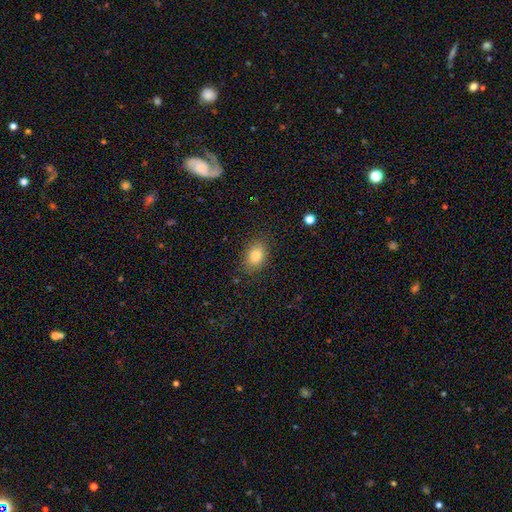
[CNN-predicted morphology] Smooth or featured? Predicted: smooth (p=0.83). How rounded? Predicted: in between (p=0.73). Merging? Predicted: none (p=0.84).